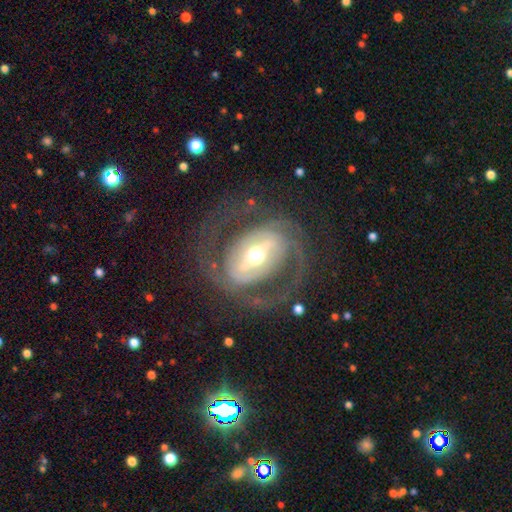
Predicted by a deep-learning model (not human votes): Morphology: type=featured or disk (86%); edge-on=no (95%); bar=strong (64%); spiral arms=yes (85%); winding=medium (45%); arm count=2 (78%); bulge=moderate (61%); merging=none (69%).